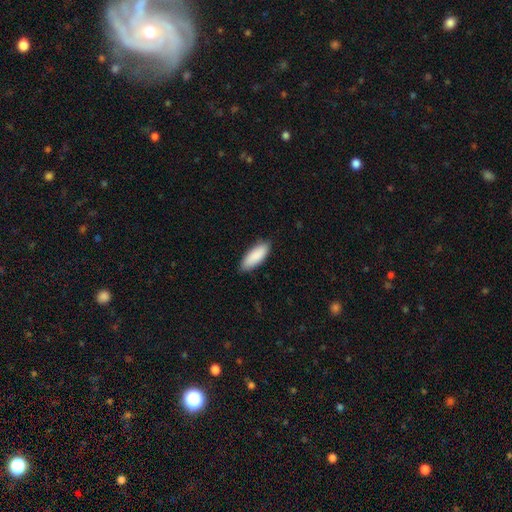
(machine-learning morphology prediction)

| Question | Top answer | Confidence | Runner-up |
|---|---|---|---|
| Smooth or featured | smooth | 90% | star or artifact (5%) |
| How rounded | in between | 75% | cigar-shaped (24%) |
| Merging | none | 85% | minor disturbance (12%) |